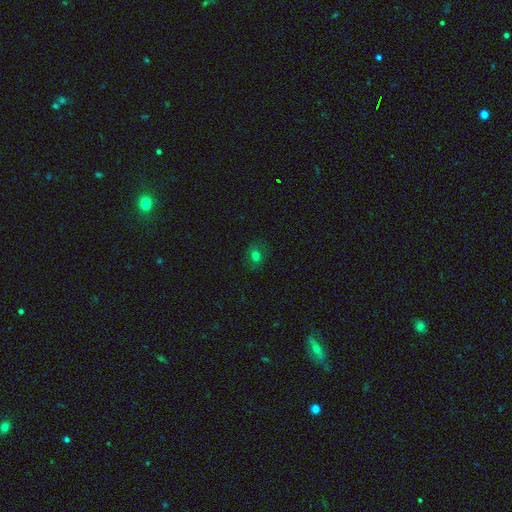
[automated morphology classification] Overall: smooth (69%). How rounded: round (52%; in between 46%). Merging: none (80%).